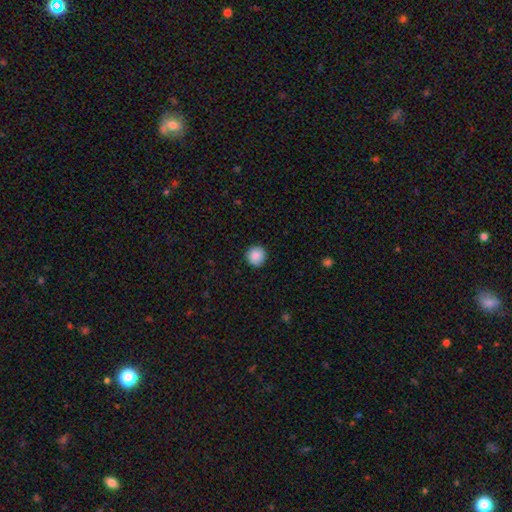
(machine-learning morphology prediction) Smooth or featured?
  - smooth: 88% *
  - star or artifact: 8%
  - featured or disk: 4%
How rounded?
  - round: 92% *
  - in between: 7%
  - cigar-shaped: 1%
Merging?
  - none: 90% *
  - minor disturbance: 8%
  - major disturbance: 2%
  - merger: 1%